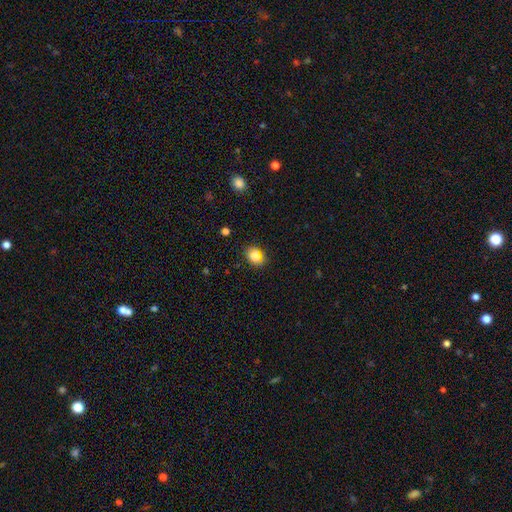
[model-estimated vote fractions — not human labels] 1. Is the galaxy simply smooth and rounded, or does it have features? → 79% smooth, 14% star or artifact, 7% featured or disk.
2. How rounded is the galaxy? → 57% in between, 42% round, 2% cigar-shaped.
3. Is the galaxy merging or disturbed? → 80% none, 14% minor disturbance, 3% major disturbance, 3% merger.